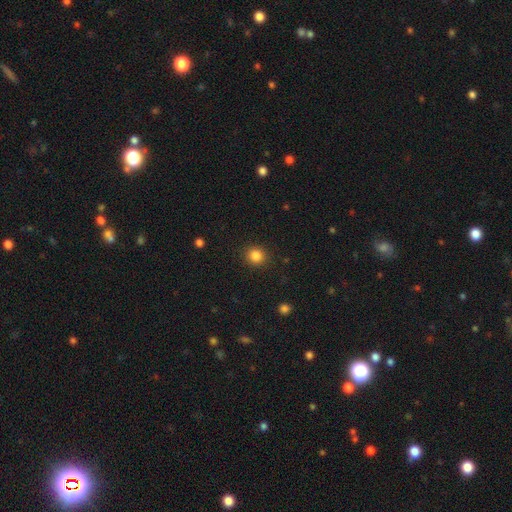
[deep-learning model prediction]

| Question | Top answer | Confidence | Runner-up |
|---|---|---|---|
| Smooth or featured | smooth | 84% | star or artifact (11%) |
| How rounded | round | 86% | in between (14%) |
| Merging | none | 90% | minor disturbance (7%) |